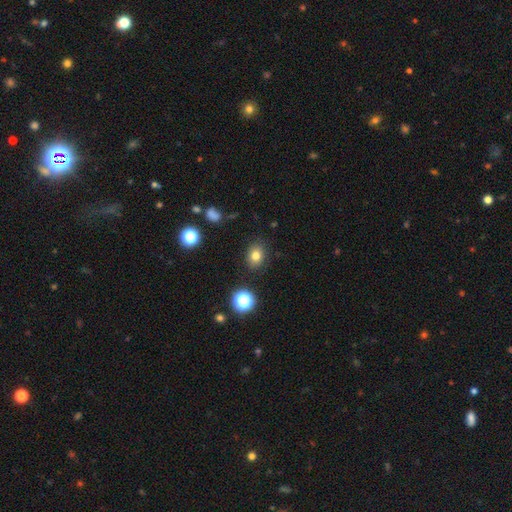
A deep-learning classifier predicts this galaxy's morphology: The model was most divided on "how rounded": in between: 57%, round: 42%, cigar-shaped: 1%. More confident: merging — none (86%); smooth or featured — smooth (77%).